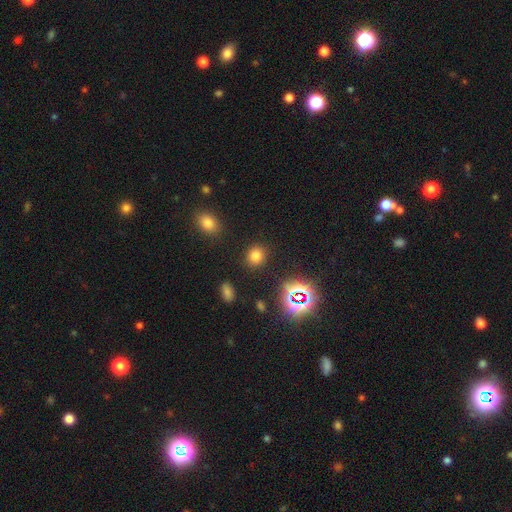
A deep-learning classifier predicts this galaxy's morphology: smooth 75%, star or artifact 19%, featured or disk 6%. Down the decision tree: how rounded — round (79%); merging — none (88%).